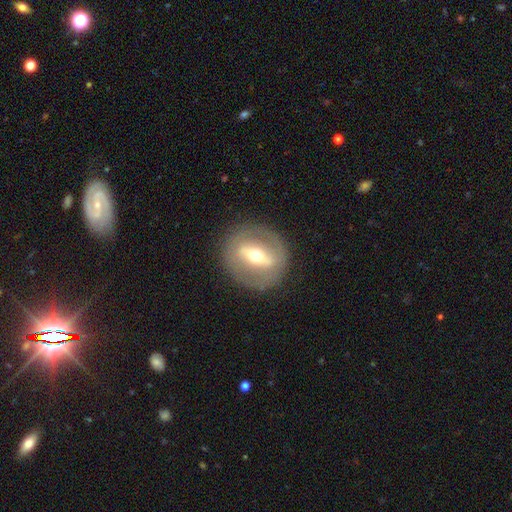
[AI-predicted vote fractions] Smooth or featured?
  - featured or disk: 67% *
  - smooth: 26%
  - star or artifact: 7%
Edge-on disk?
  - no: 83% *
  - yes: 17%
Bar?
  - strong: 64% *
  - weak: 23%
  - no: 12%
Spiral arms?
  - no: 77% *
  - yes: 23%
Bulge size?
  - moderate: 63% *
  - small: 28%
  - large: 6%
  - dominant: 1%
  - none: 1%
Merging?
  - none: 86% *
  - minor disturbance: 9%
  - major disturbance: 5%
  - merger: 1%